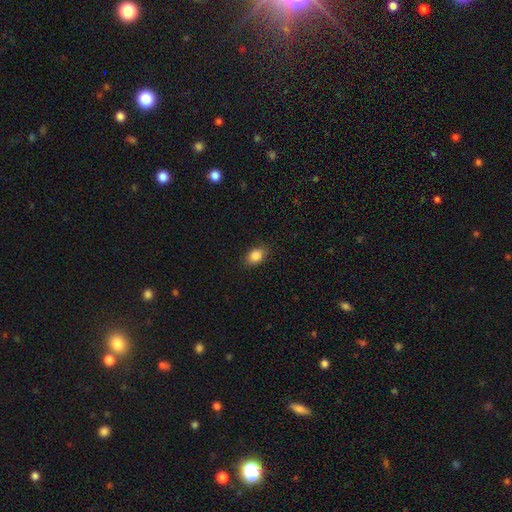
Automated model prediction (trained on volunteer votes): smooth_or_featured: smooth (p=0.86) [alt: star or artifact p=0.09]
how_rounded: in between (p=0.73) [alt: round p=0.26]
merging: none (p=0.86) [alt: minor disturbance p=0.11]